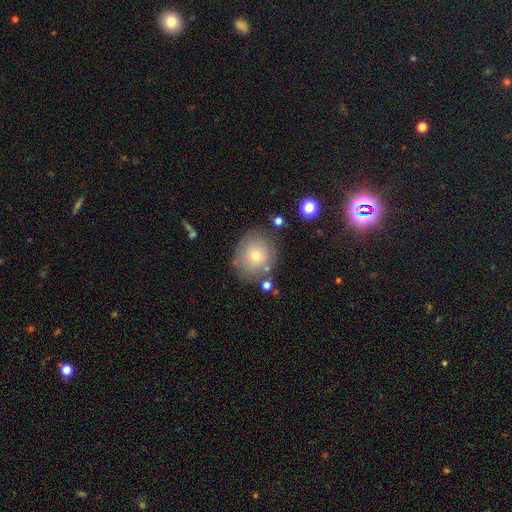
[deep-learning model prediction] Smooth or featured? smooth (64%)
How rounded? round (79%)
Merging? none (75%)